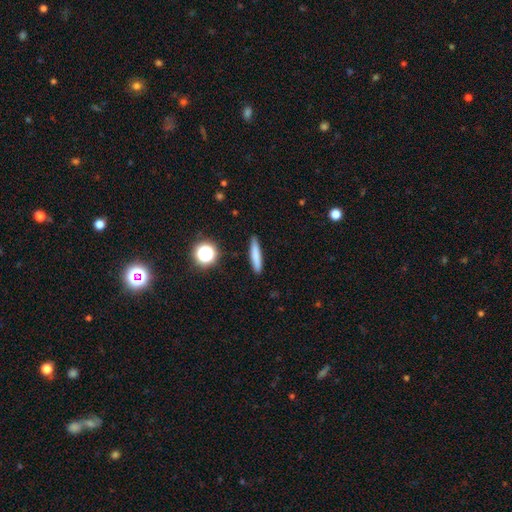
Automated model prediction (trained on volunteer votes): This is likely a smooth galaxy (77%). How rounded: clearly cigar-shaped (88%). Merging: clearly none (89%).